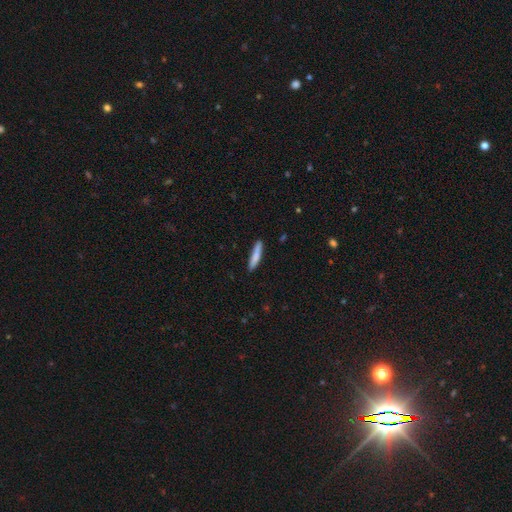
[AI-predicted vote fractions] A smooth galaxy with no disk features (79%) that is cigar-shaped (91%). Merging: none (86%).